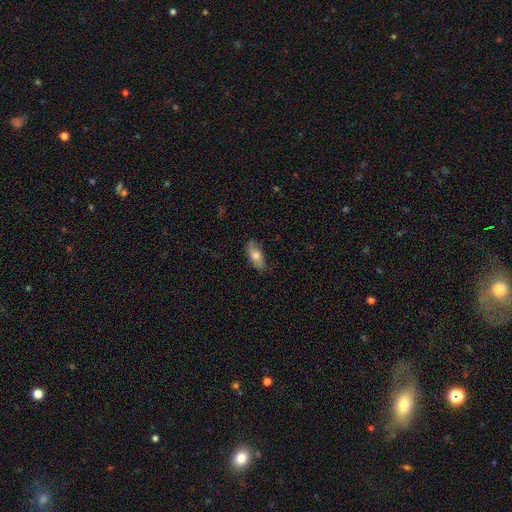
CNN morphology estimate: smooth 73%, featured or disk 21%, star or artifact 7%. Down the decision tree: how rounded — in between (82%); merging — none (80%).